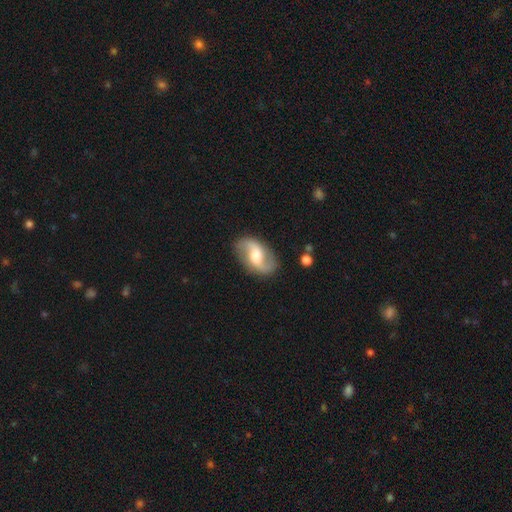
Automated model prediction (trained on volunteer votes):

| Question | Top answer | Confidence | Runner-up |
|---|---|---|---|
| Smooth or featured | featured or disk | 81% | smooth (14%) |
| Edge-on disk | no | 97% | yes (3%) |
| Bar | weak | 47% | no (33%) |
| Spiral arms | yes | 94% | no (6%) |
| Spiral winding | loose | 60% | medium (32%) |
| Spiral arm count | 2 | 93% | can't tell (2%) |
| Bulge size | moderate | 60% | large (19%) |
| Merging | none | 85% | minor disturbance (10%) |